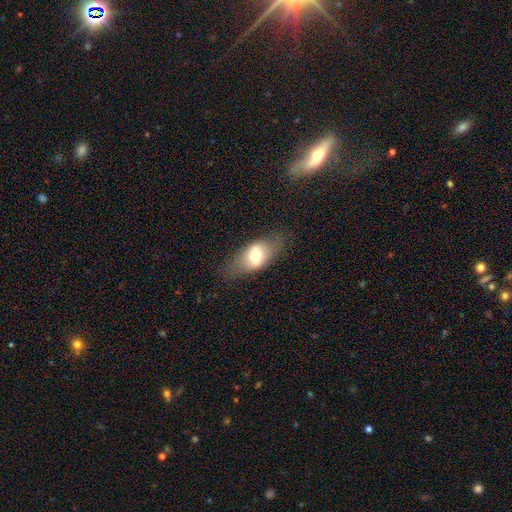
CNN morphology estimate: smooth-or-featured: smooth: 58% | featured or disk: 34% | star or artifact: 8%
  how-rounded: in between: 84% | cigar-shaped: 9% | round: 7%
  merging: none: 71% | minor disturbance: 19% | major disturbance: 9% | merger: 1%